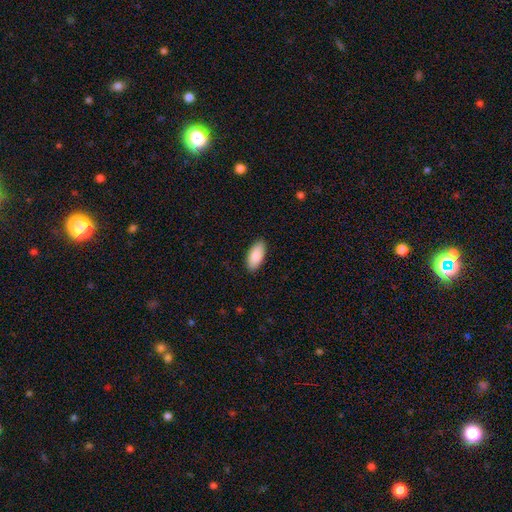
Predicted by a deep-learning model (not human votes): Q: Smooth or featured?
A: smooth (89%); runner-up: star or artifact (6%)
Q: How rounded?
A: in between (91%); runner-up: cigar-shaped (7%)
Q: Merging?
A: none (88%); runner-up: minor disturbance (9%)